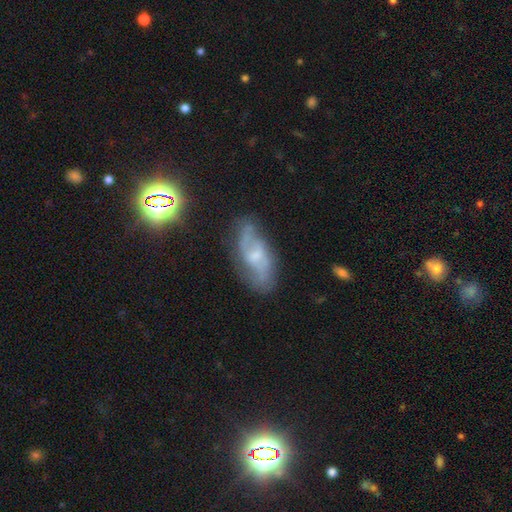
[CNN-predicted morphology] Smooth or featured?
  - featured or disk: 69% *
  - smooth: 21%
  - star or artifact: 10%
Edge-on disk?
  - no: 91% *
  - yes: 9%
Bar?
  - weak: 48% *
  - no: 41%
  - strong: 11%
Spiral arms?
  - yes: 85% *
  - no: 15%
Spiral winding?
  - medium: 43% *
  - loose: 39%
  - tight: 18%
Spiral arm count?
  - 2: 70% *
  - can't tell: 18%
  - 1: 5%
  - 3: 4%
  - 4: 1%
  - more than 4: 1%
Bulge size?
  - small: 50% *
  - moderate: 34%
  - none: 12%
  - large: 3%
  - dominant: 1%
Merging?
  - none: 65% *
  - minor disturbance: 23%
  - major disturbance: 9%
  - merger: 3%